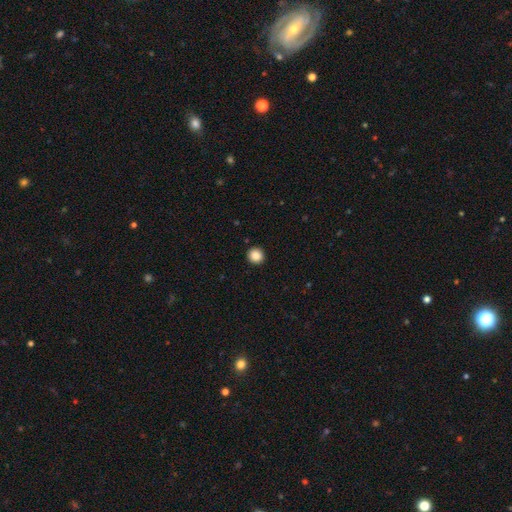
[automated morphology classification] smooth 87%, star or artifact 10%, featured or disk 3%. Down the decision tree: how rounded — round (95%); merging — none (93%).